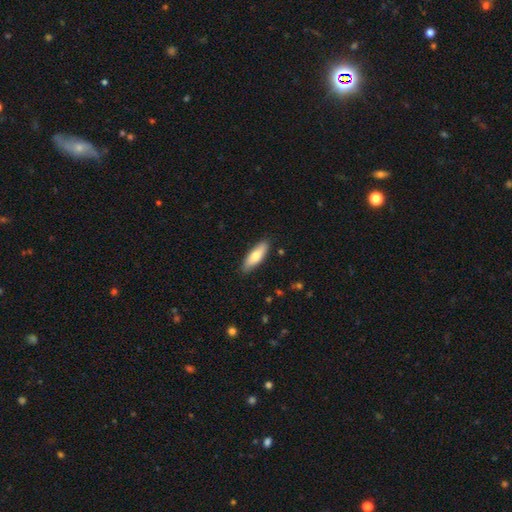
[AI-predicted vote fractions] Overall: smooth (73%). How rounded: in between (59%; cigar-shaped 39%). Merging: none (86%).